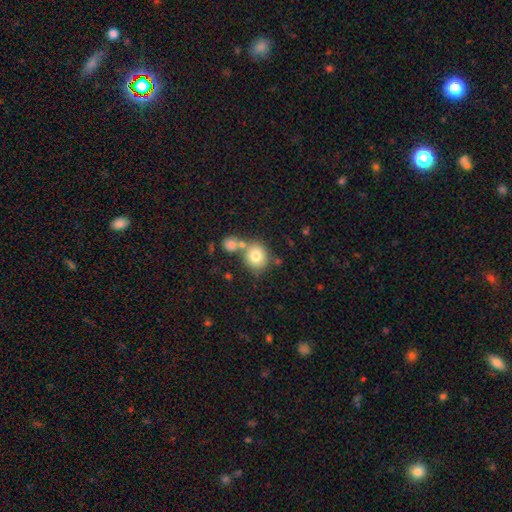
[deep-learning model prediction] Overall: smooth (77%). How rounded: round (79%). Merging: none (56%; merger 29%).